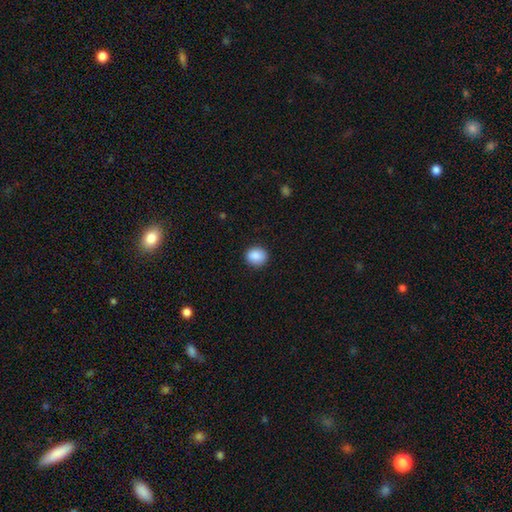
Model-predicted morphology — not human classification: Smooth or featured?
  - smooth: 89% *
  - star or artifact: 8%
  - featured or disk: 3%
How rounded?
  - round: 80% *
  - in between: 19%
  - cigar-shaped: 1%
Merging?
  - none: 89% *
  - minor disturbance: 8%
  - major disturbance: 2%
  - merger: 1%